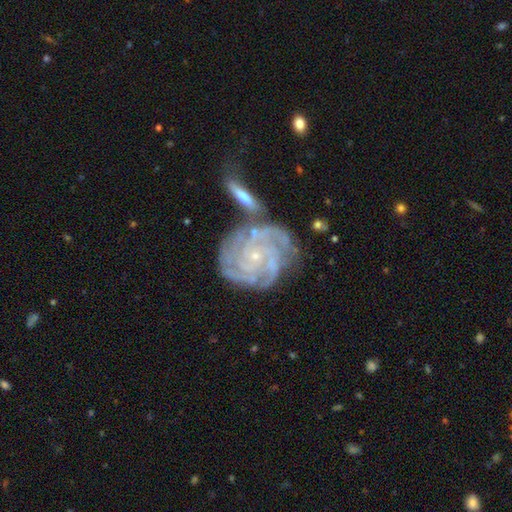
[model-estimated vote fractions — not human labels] This appears to be a featured or disk galaxy (89%) with no bar (73%), 4 (38%) tight (77%) spiral arms (98%) and a small central bulge (86%). Merging: none (57%).